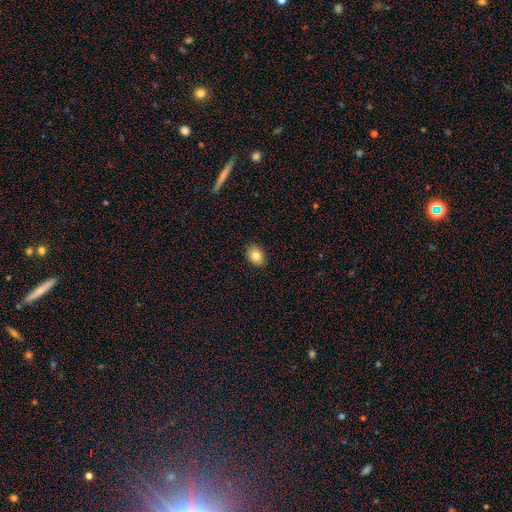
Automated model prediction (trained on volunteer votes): Smooth or featured?
  - smooth: 83% *
  - featured or disk: 9%
  - star or artifact: 9%
How rounded?
  - in between: 72% *
  - round: 27%
  - cigar-shaped: 1%
Merging?
  - none: 89% *
  - minor disturbance: 8%
  - major disturbance: 2%
  - merger: 1%